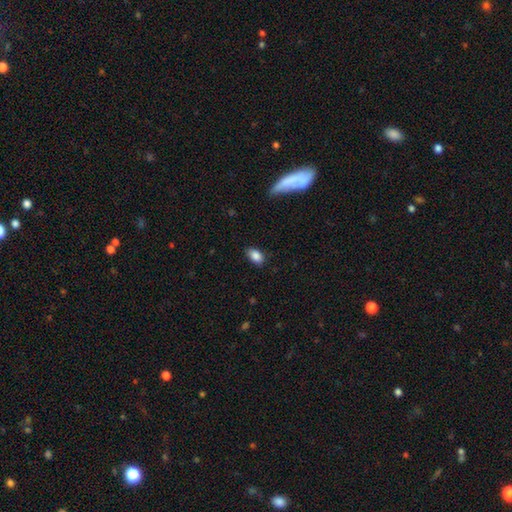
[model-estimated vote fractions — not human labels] Smooth or featured? smooth (87%)
How rounded? in between (90%)
Merging? none (82%)